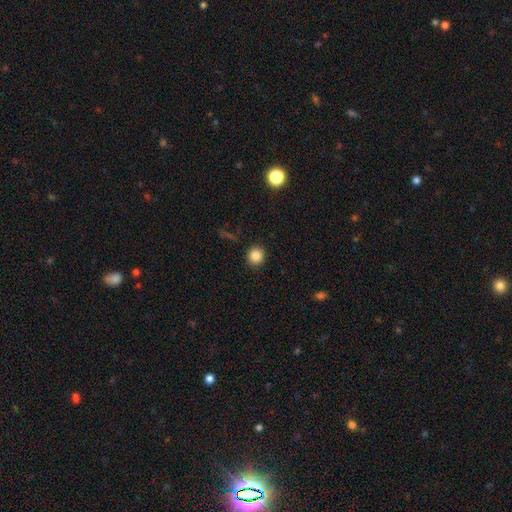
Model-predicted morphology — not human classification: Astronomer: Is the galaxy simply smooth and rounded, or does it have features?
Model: smooth — 84%.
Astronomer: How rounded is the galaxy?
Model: round — 90%.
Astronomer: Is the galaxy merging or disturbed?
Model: none — 91%.